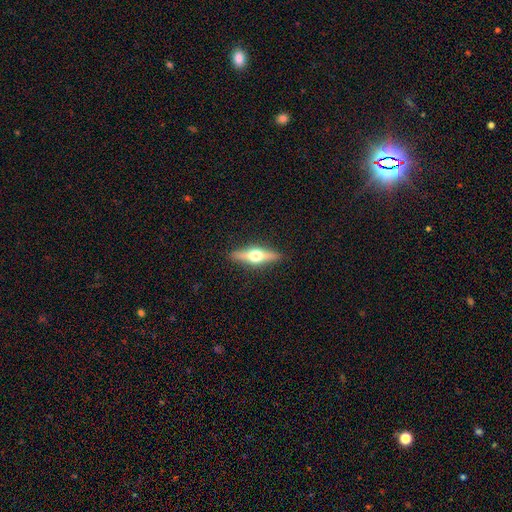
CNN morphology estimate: A featured or disk galaxy (67%) viewed edge-on (96%) with a rounded central bulge (96%).

Vote fractions:
- Smooth or featured? featured or disk: 67% / smooth: 27% / star or artifact: 6%
- Edge-on disk? yes: 96% / no: 4%
- Edge-on bulge? rounded: 96% / boxy: 2% / none: 1%
- Merging? none: 90% / minor disturbance: 7% / major disturbance: 2% / merger: 1%